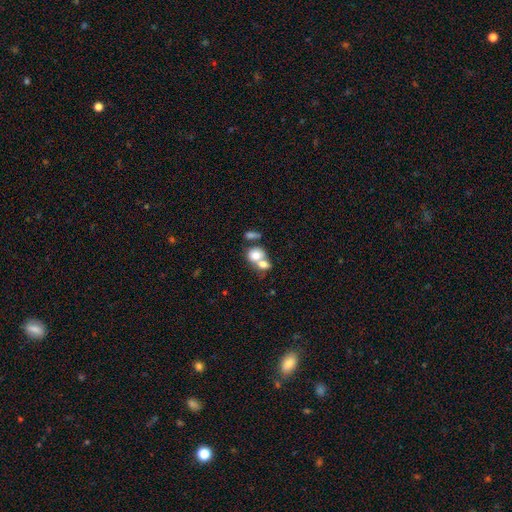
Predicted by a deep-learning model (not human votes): Smooth or featured? smooth (74%)
How rounded? round (58%)
Merging? merger (67%)